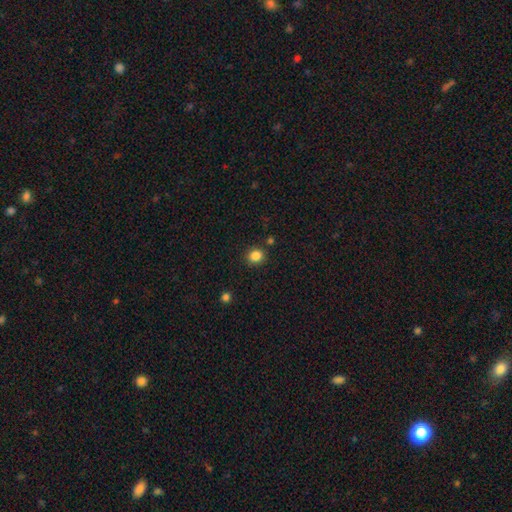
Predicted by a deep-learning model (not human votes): A smooth galaxy with no disk features (85%) that is round (78%).

Vote fractions:
- Smooth or featured? smooth: 85% / star or artifact: 11% / featured or disk: 4%
- How rounded? round: 78% / in between: 22% / cigar-shaped: 1%
- Merging? none: 87% / minor disturbance: 7% / merger: 3% / major disturbance: 2%